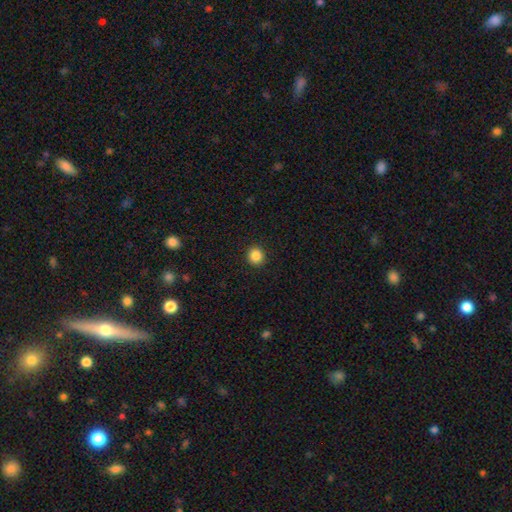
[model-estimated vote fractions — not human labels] Smooth or featured? smooth (86%)
How rounded? round (91%)
Merging? none (92%)